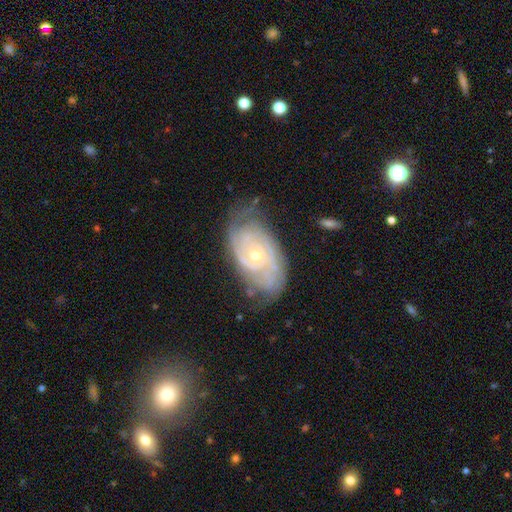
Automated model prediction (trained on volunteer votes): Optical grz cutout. It shows a featured or disk galaxy (86%) with no bar (77%), tight (74%) spiral arms (96%) and a small central bulge (66%). Merging: none (68%).